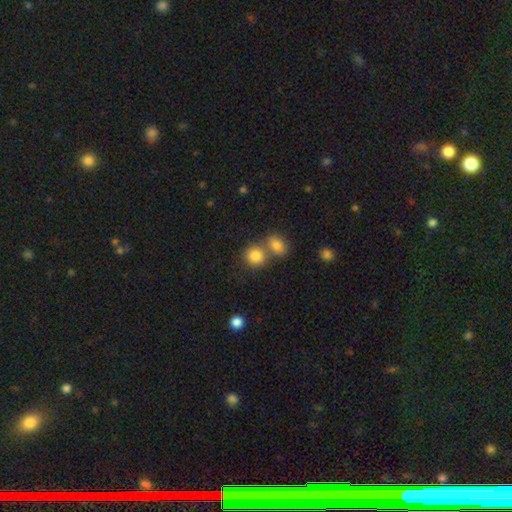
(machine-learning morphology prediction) A smooth galaxy with no disk features (84%) that is round (81%).

Vote fractions:
- Smooth or featured? smooth: 84% / star or artifact: 10% / featured or disk: 6%
- How rounded? round: 81% / in between: 18% / cigar-shaped: 1%
- Merging? none: 49% / merger: 40% / minor disturbance: 8% / major disturbance: 3%